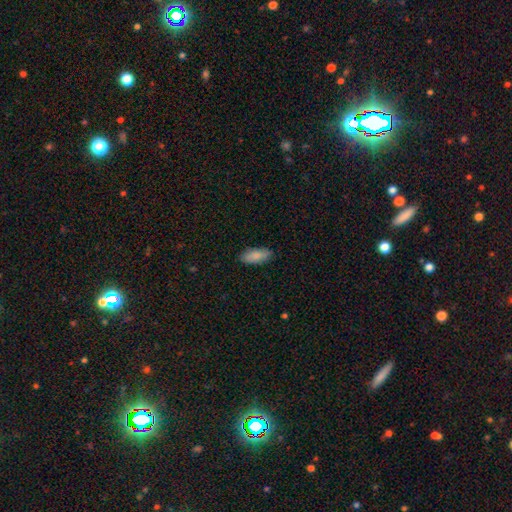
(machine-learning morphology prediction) Q: Smooth or featured?
A: smooth (87%); runner-up: featured or disk (7%)
Q: How rounded?
A: in between (81%); runner-up: cigar-shaped (17%)
Q: Merging?
A: none (87%); runner-up: minor disturbance (10%)